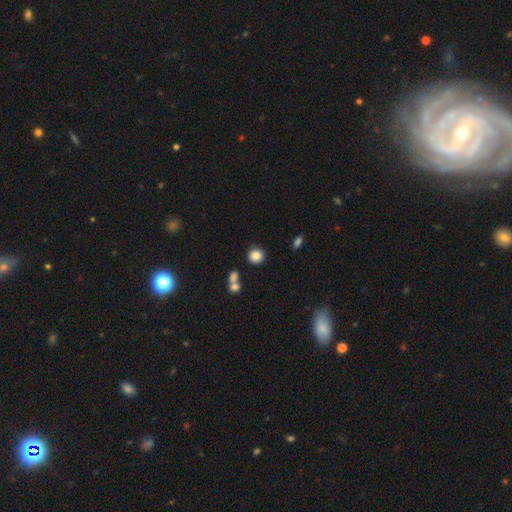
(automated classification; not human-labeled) Morphology: type=smooth (85%); roundness=round (88%); merging=none (81%).